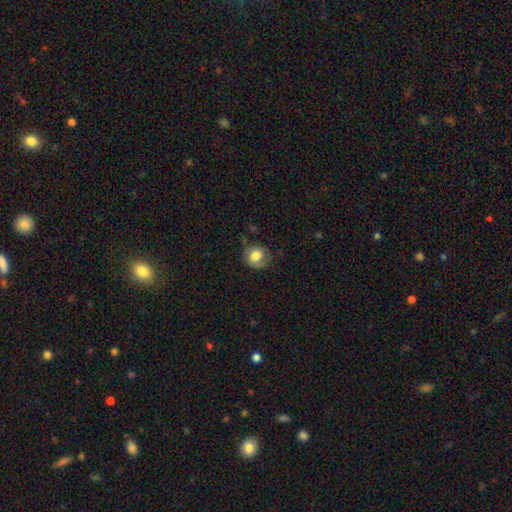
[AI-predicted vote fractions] This is likely a smooth galaxy (76%). How rounded: likely round (77%). Merging: likely none (65%).